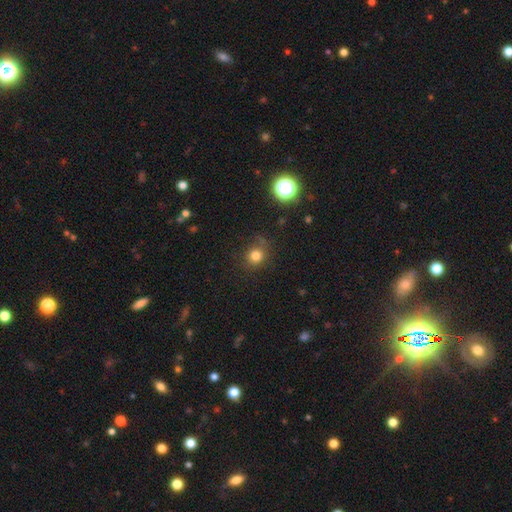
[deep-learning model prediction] Smooth or featured?
  - smooth: 78% *
  - star or artifact: 16%
  - featured or disk: 6%
How rounded?
  - round: 85% *
  - in between: 14%
  - cigar-shaped: 1%
Merging?
  - none: 78% *
  - minor disturbance: 14%
  - major disturbance: 5%
  - merger: 3%